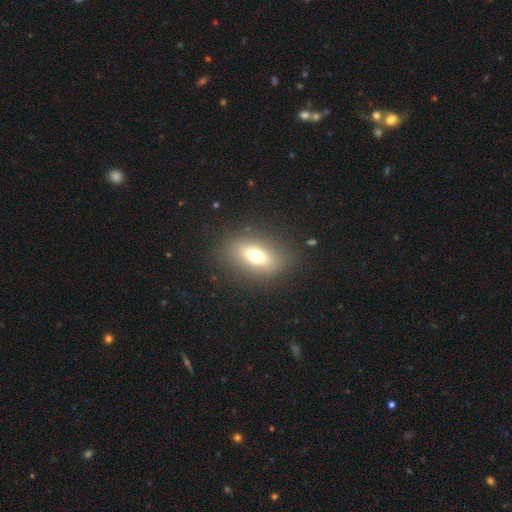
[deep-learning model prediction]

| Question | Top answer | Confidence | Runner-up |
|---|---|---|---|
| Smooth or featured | smooth | 65% | featured or disk (22%) |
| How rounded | in between | 74% | round (18%) |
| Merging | none | 83% | minor disturbance (10%) |